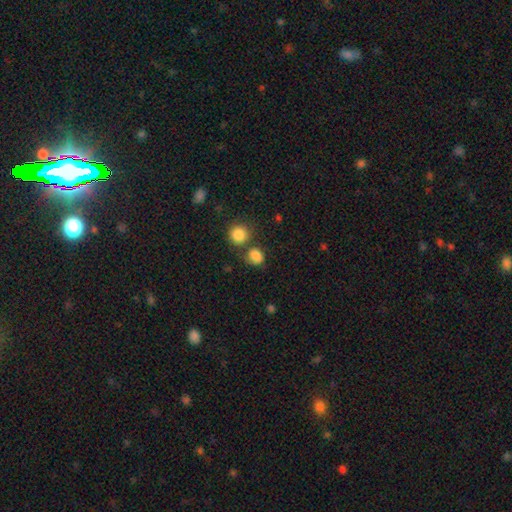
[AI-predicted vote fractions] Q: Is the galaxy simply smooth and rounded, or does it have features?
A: smooth — 84%.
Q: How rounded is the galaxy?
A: round — 64%.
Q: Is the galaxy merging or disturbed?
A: none — 55%.